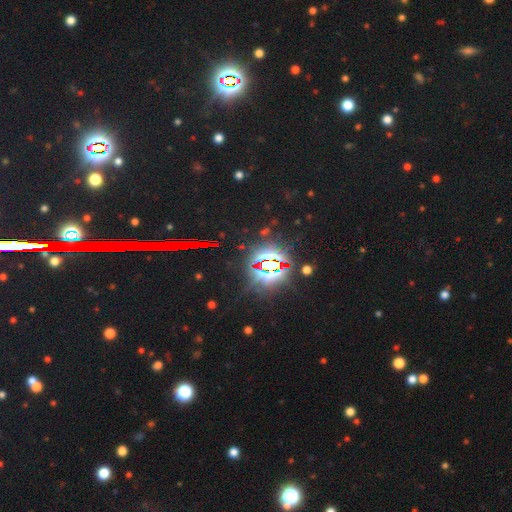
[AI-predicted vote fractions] smooth-or-featured: star or artifact: 84% | smooth: 9% | featured or disk: 8%